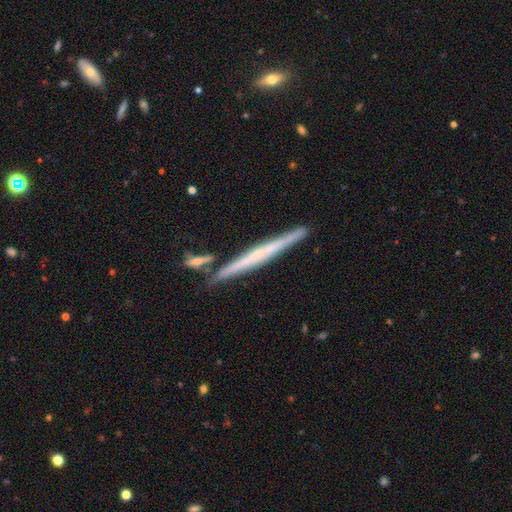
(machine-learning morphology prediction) A featured or disk galaxy (64%) viewed edge-on (97%) with no central bulge (69%). Merging: none (83%).